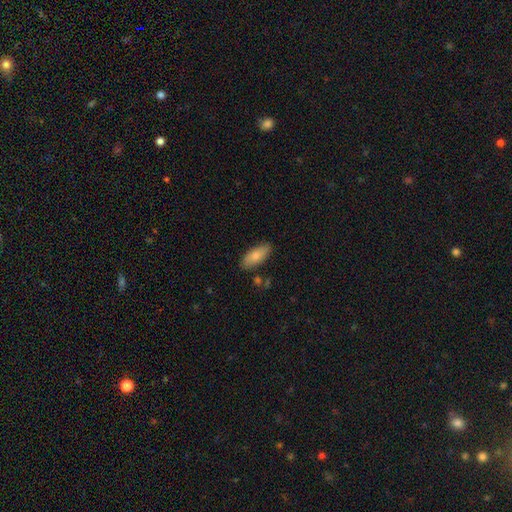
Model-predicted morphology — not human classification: type=smooth (81%); roundness=in between (83%); merging=none (83%).